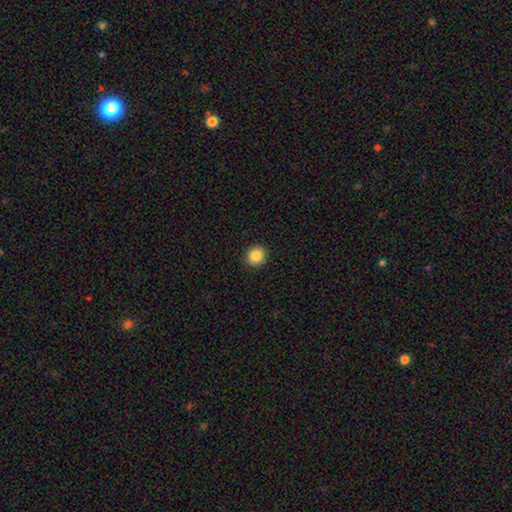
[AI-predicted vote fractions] Overall: smooth (87%). How rounded: round (87%). Merging: none (92%).